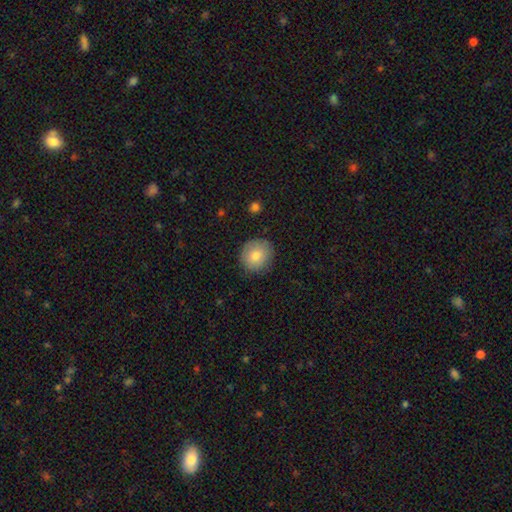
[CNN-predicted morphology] Overall: smooth (80%). How rounded: round (83%). Merging: none (86%).